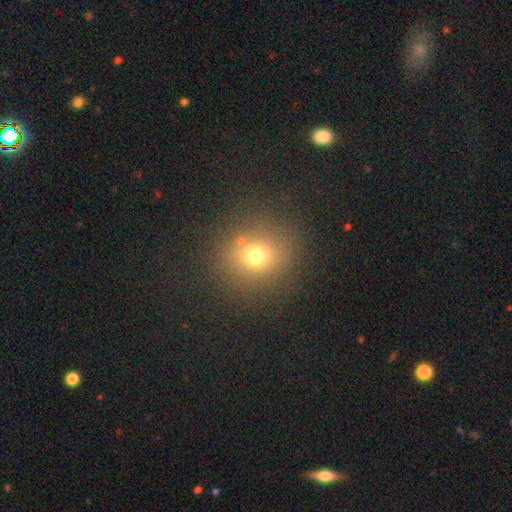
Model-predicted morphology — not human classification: Q: Smooth or featured?
A: smooth (69%); runner-up: star or artifact (21%)
Q: How rounded?
A: round (84%); runner-up: in between (15%)
Q: Merging?
A: none (83%); runner-up: minor disturbance (9%)